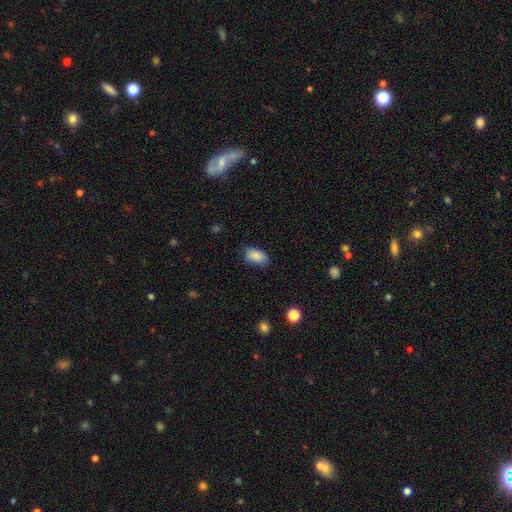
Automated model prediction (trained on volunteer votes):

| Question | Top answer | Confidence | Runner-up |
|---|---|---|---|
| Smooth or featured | smooth | 87% | star or artifact (8%) |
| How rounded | in between | 91% | round (6%) |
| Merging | none | 75% | minor disturbance (20%) |